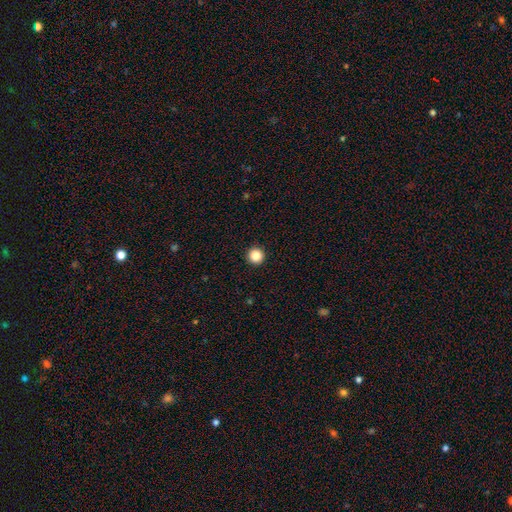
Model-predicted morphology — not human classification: Overall: smooth (86%). How rounded: round (96%). Merging: none (94%).